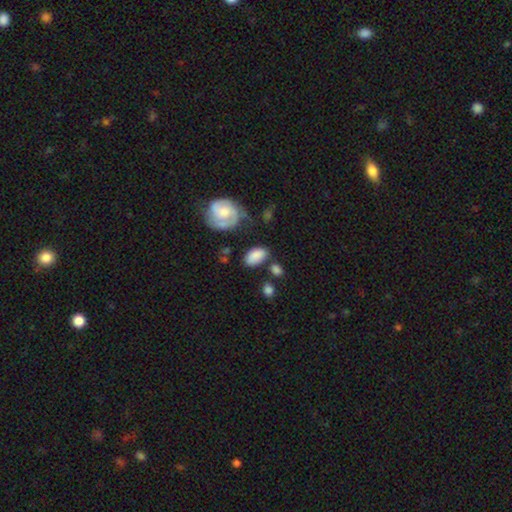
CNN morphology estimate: Smooth or featured?
  - smooth: 79% *
  - featured or disk: 14%
  - star or artifact: 7%
How rounded?
  - in between: 91% *
  - round: 8%
  - cigar-shaped: 2%
Merging?
  - none: 65% *
  - minor disturbance: 20%
  - merger: 8%
  - major disturbance: 8%